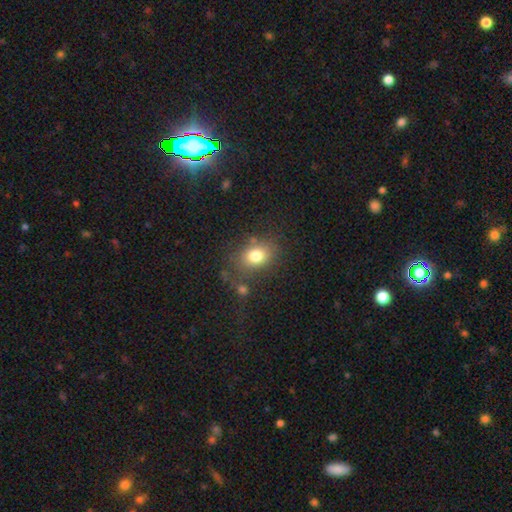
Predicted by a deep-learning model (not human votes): A smooth galaxy with no disk features (78%) that is in between round and cigar-shaped (60%). Merging: none (70%).